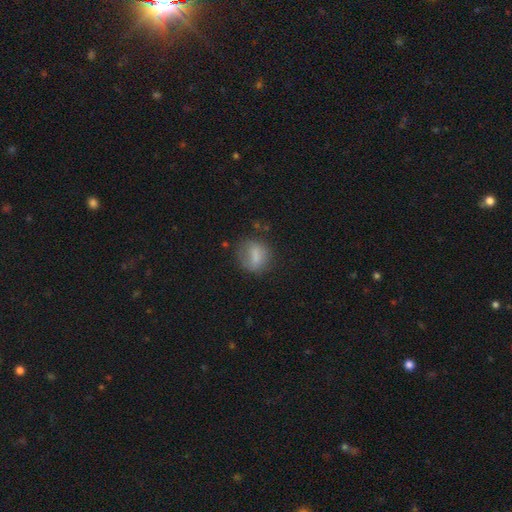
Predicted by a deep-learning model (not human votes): Smooth or featured: smooth — 74% (featured or disk — 17%)
How rounded: round — 58% (in between — 40%)
Merging: none — 59% (minor disturbance — 24%)